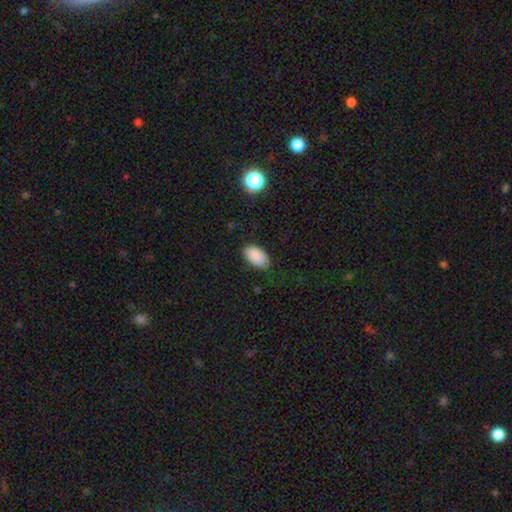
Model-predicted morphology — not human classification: Smooth or featured?
  - smooth: 89% *
  - star or artifact: 8%
  - featured or disk: 4%
How rounded?
  - in between: 95% *
  - round: 4%
  - cigar-shaped: 2%
Merging?
  - none: 82% *
  - minor disturbance: 14%
  - major disturbance: 3%
  - merger: 1%